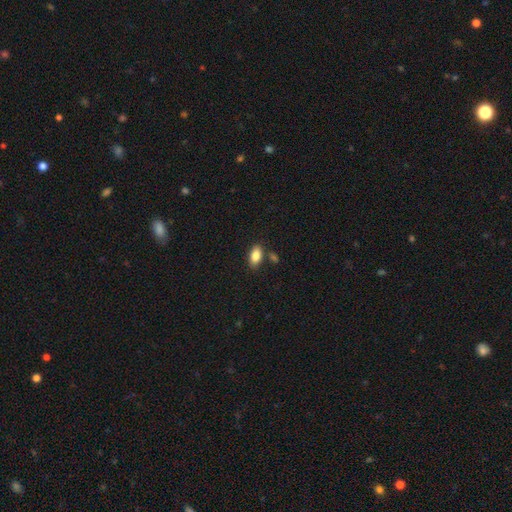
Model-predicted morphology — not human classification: smooth-or-featured: smooth: 85% | star or artifact: 8% | featured or disk: 7%
  how-rounded: in between: 92% | round: 5% | cigar-shaped: 4%
  merging: none: 79% | minor disturbance: 11% | merger: 8% | major disturbance: 3%